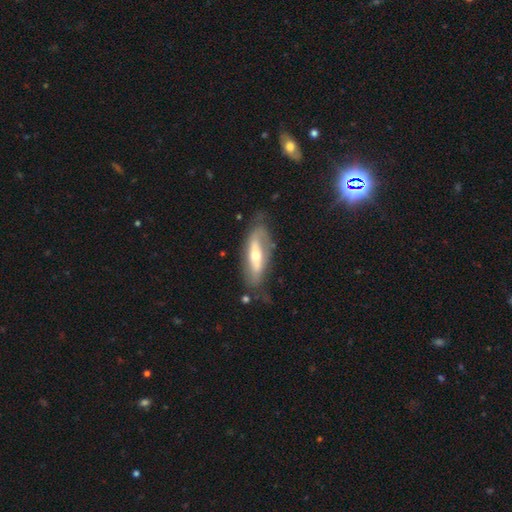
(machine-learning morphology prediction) Smooth or featured: featured or disk — 67% (smooth — 26%)
Edge-on disk: no — 71% (yes — 29%)
Merging: none — 64% (minor disturbance — 23%)